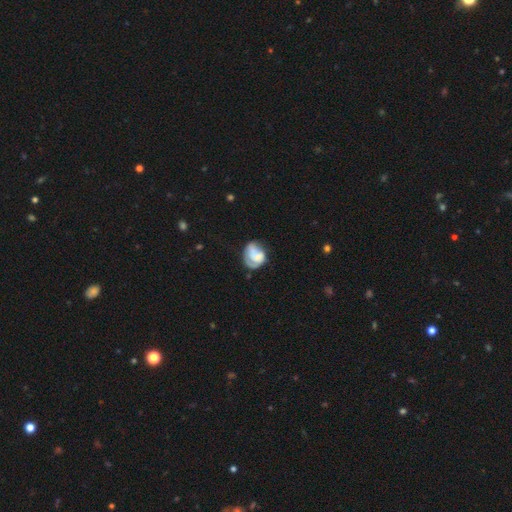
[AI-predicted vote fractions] Smooth or featured?
  - smooth: 47% *
  - featured or disk: 46%
  - star or artifact: 8%
Merging?
  - none: 41% *
  - minor disturbance: 31%
  - major disturbance: 23%
  - merger: 5%